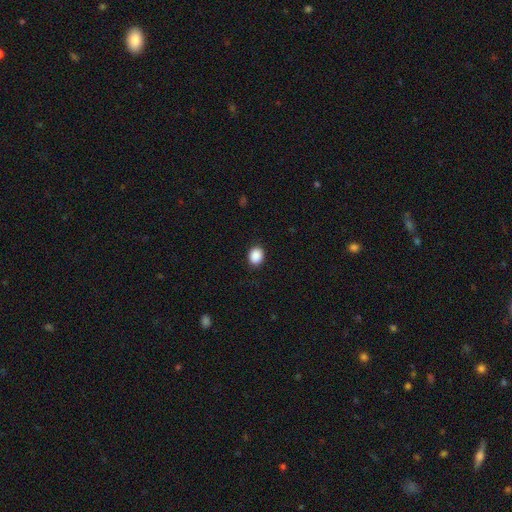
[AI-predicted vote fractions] smooth_or_featured: smooth (p=0.90) [alt: star or artifact p=0.08]
how_rounded: round (p=0.55) [alt: in between p=0.44]
merging: none (p=0.89) [alt: minor disturbance p=0.07]